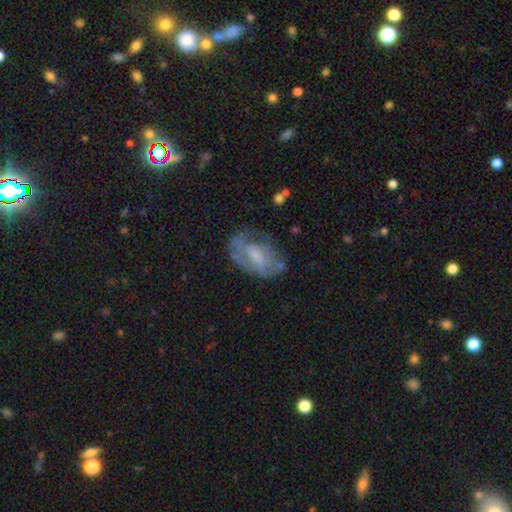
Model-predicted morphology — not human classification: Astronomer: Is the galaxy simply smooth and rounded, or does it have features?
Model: featured or disk — 56% (runner-up: smooth, 36%).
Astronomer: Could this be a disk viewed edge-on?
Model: no — 93%.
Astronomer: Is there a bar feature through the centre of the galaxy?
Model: weak — 46% (runner-up: no, 35%).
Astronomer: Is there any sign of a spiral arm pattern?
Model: yes — 55% (runner-up: no, 45%).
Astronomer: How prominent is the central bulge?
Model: moderate — 37% (runner-up: small, 36%).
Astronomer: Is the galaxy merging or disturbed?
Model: none — 53%.